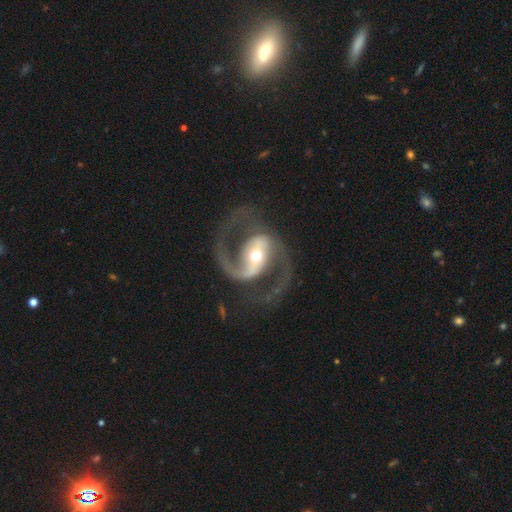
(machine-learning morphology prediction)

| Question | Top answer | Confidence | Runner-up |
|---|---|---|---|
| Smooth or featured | featured or disk | 92% | star or artifact (4%) |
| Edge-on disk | no | 98% | yes (2%) |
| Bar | strong | 48% | weak (31%) |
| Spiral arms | yes | 97% | no (3%) |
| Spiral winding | medium | 58% | loose (32%) |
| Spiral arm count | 2 | 93% | 1 (2%) |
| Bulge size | moderate | 59% | small (32%) |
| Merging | none | 75% | minor disturbance (12%) |